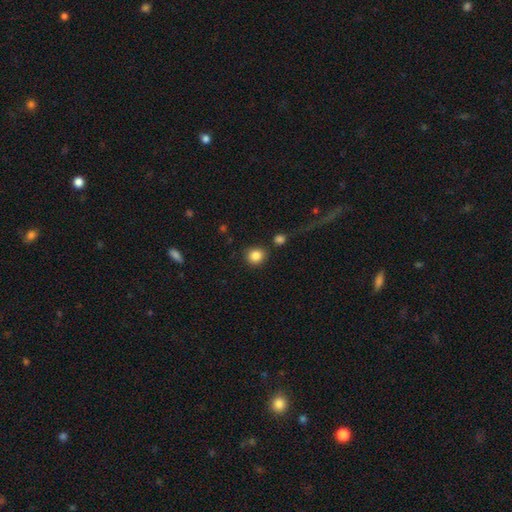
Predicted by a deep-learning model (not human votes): Smooth or featured? Predicted: smooth (p=0.86). How rounded? Predicted: round (p=0.84). Merging? Predicted: none (p=0.81).